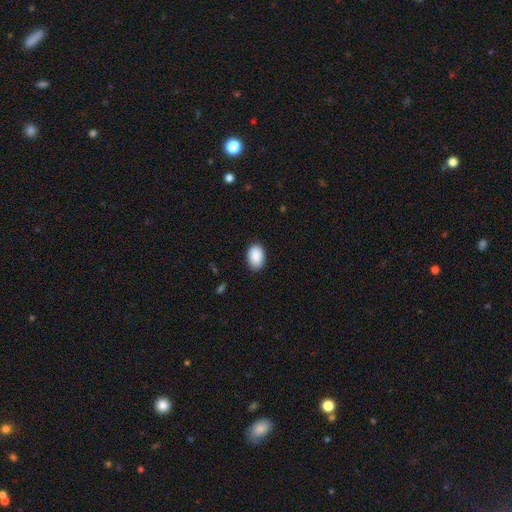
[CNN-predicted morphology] Q: Smooth or featured?
A: smooth (91%); runner-up: star or artifact (7%)
Q: How rounded?
A: in between (89%); runner-up: round (10%)
Q: Merging?
A: none (85%); runner-up: minor disturbance (12%)